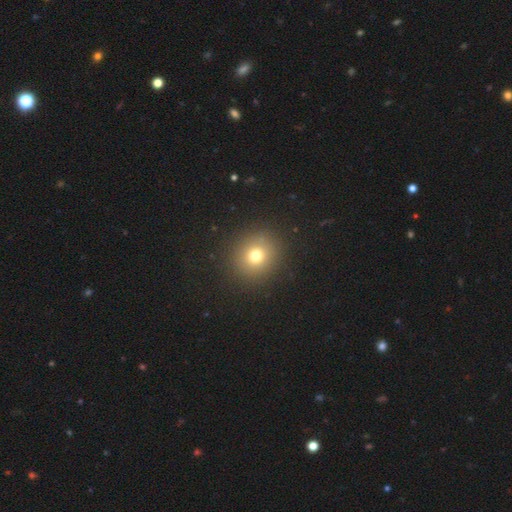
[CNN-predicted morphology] type=smooth (73%); roundness=round (87%); merging=none (89%).